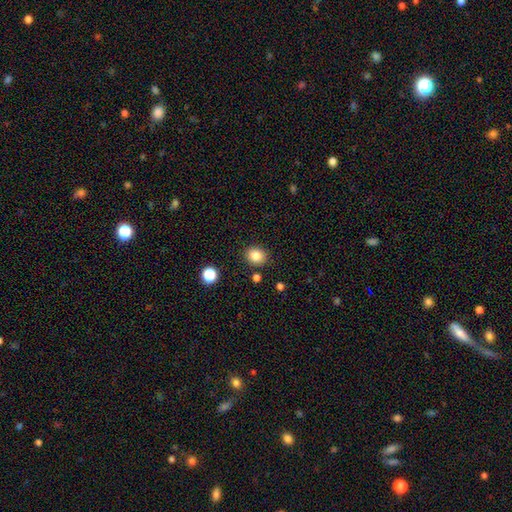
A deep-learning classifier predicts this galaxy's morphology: This appears to be a smooth galaxy with no disk features (84%) that is round (66%). Merging: none (87%).